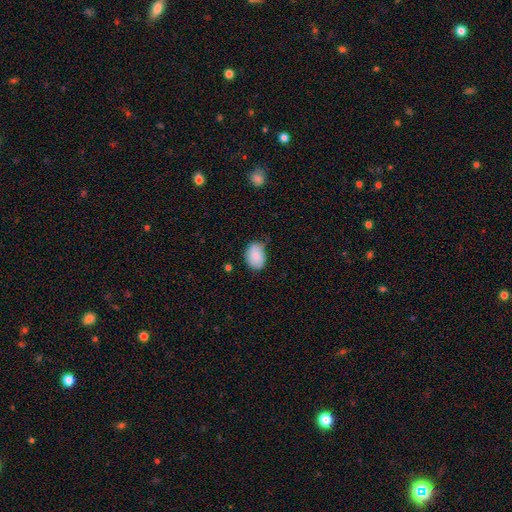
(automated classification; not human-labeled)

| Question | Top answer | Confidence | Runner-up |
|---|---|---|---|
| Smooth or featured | smooth | 81% | featured or disk (12%) |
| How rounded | in between | 76% | round (23%) |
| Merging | none | 56% | minor disturbance (36%) |